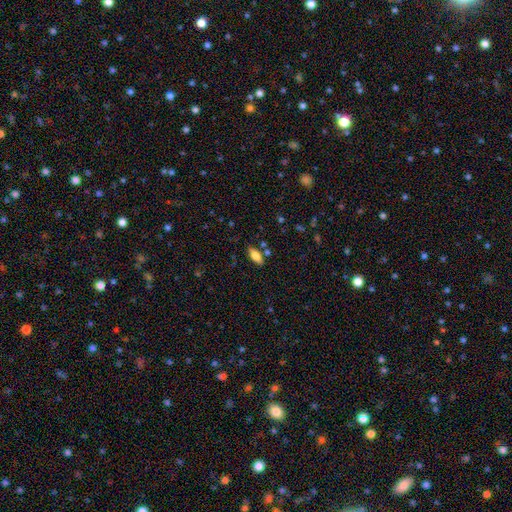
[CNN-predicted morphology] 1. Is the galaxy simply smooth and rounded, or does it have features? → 75% smooth, 18% featured or disk, 7% star or artifact.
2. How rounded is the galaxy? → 83% in between, 15% cigar-shaped, 3% round.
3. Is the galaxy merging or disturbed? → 80% none, 12% minor disturbance, 5% merger, 3% major disturbance.